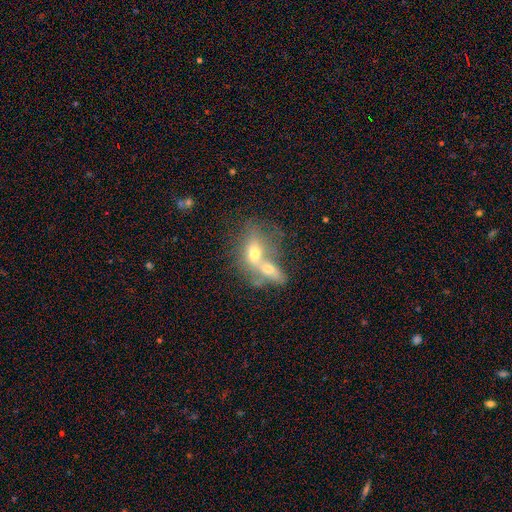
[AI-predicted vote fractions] Q: Smooth or featured?
A: smooth (49%); runner-up: featured or disk (39%)
Q: Merging?
A: merger (73%); runner-up: none (16%)